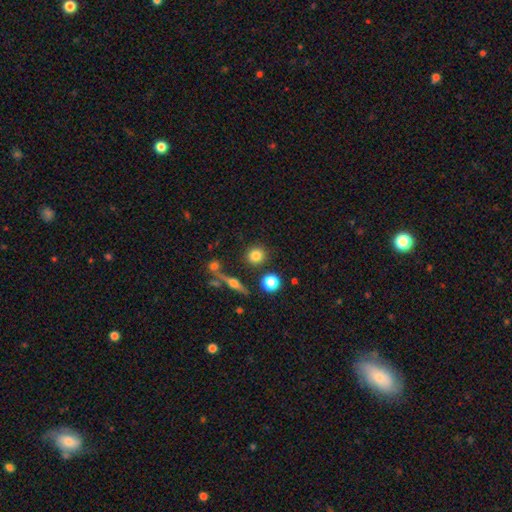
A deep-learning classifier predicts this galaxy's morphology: Smooth or featured? smooth (80%)
How rounded? round (88%)
Merging? none (84%)